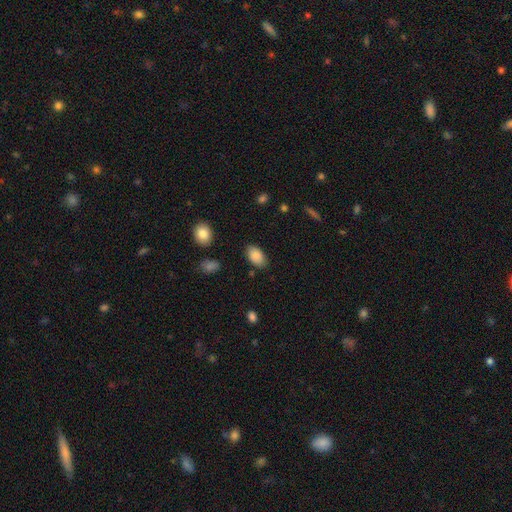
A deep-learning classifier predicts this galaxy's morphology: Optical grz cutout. It shows a smooth galaxy with no disk features (87%) that is in between round and cigar-shaped (93%). Merging: none (83%).